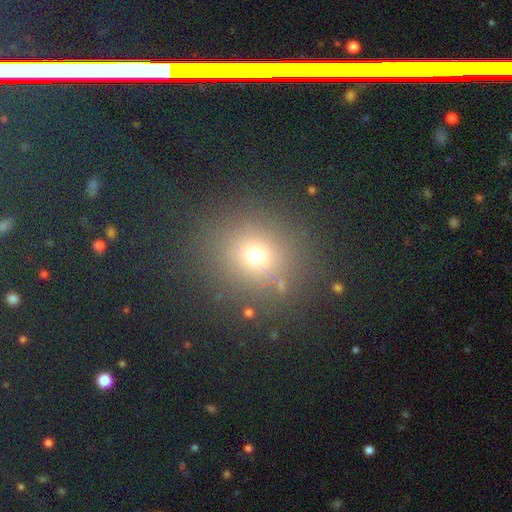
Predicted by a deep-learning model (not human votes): smooth 68%, star or artifact 23%, featured or disk 9%. Down the decision tree: how rounded — round (85%); merging — none (85%).